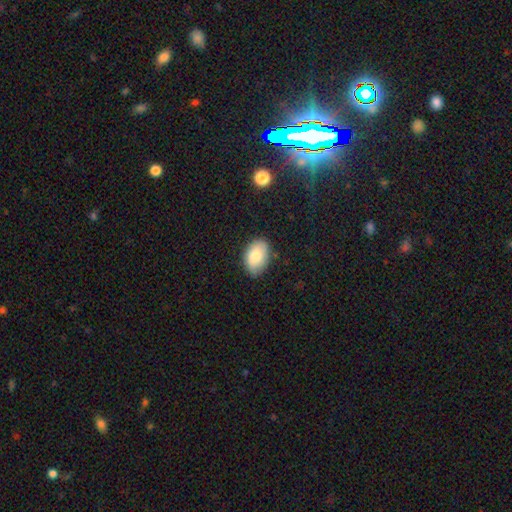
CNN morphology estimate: smooth-or-featured: smooth: 80% | featured or disk: 12% | star or artifact: 7%
  how-rounded: in between: 89% | round: 10% | cigar-shaped: 1%
  merging: none: 80% | minor disturbance: 16% | major disturbance: 3% | merger: 1%